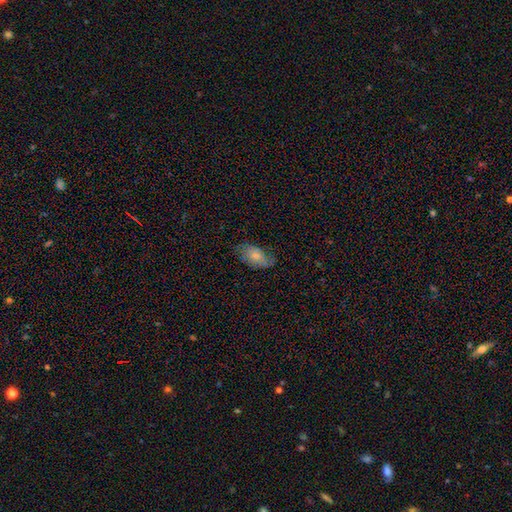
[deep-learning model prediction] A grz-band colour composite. It shows a smooth galaxy with no disk features (66%) that is in between round and cigar-shaped (92%). Merging: none (64%).